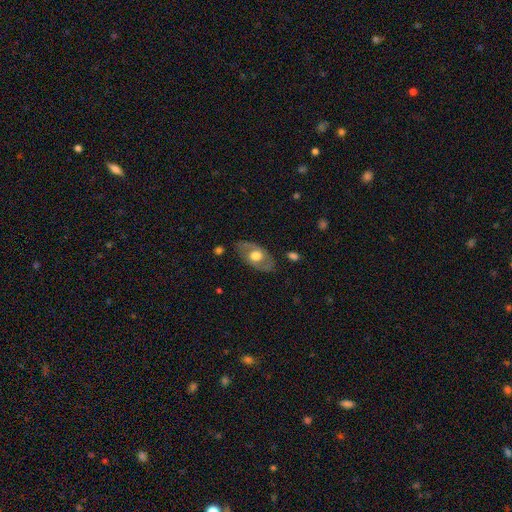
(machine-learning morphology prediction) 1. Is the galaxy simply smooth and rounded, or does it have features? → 55% featured or disk, 39% smooth, 6% star or artifact.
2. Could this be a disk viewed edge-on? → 86% no, 14% yes.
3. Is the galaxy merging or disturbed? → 78% none, 15% minor disturbance, 5% major disturbance, 2% merger.